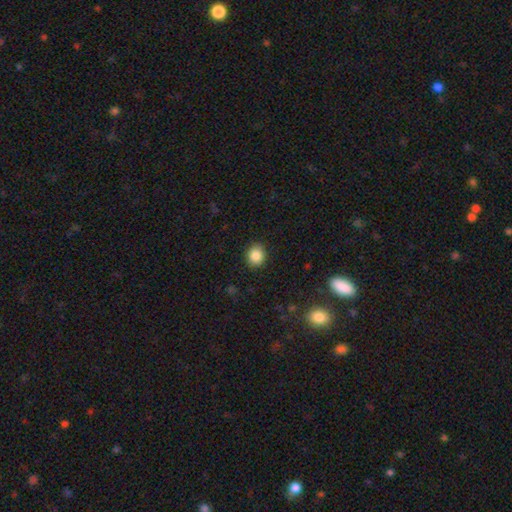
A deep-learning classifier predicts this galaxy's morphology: Smooth or featured?
  - smooth: 86% *
  - star or artifact: 9%
  - featured or disk: 4%
How rounded?
  - round: 74% *
  - in between: 25%
  - cigar-shaped: 1%
Merging?
  - none: 89% *
  - minor disturbance: 7%
  - major disturbance: 2%
  - merger: 1%